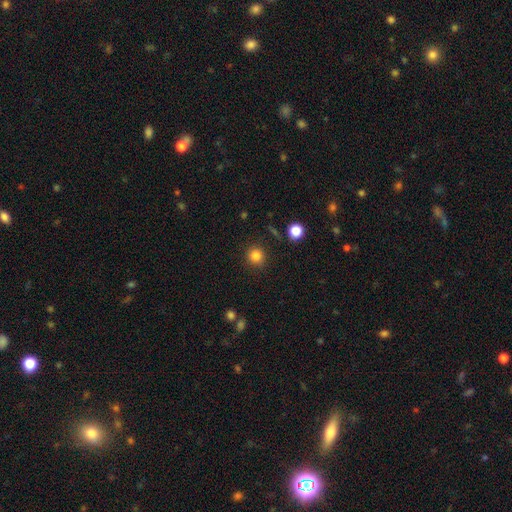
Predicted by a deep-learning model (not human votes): This is clearly a smooth galaxy (83%). How rounded: clearly round (92%). Merging: clearly none (89%).